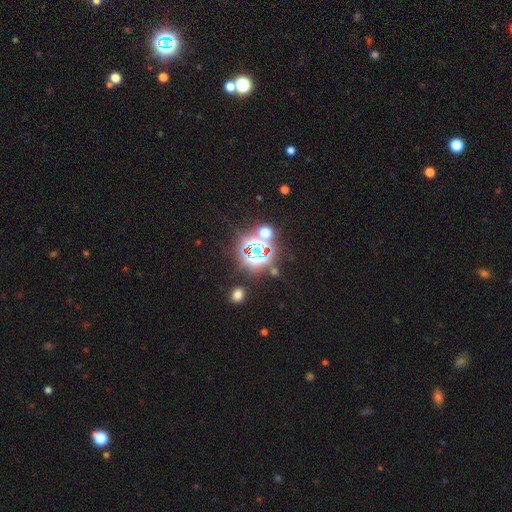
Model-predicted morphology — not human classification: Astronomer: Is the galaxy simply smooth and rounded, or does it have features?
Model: star or artifact — 70%.